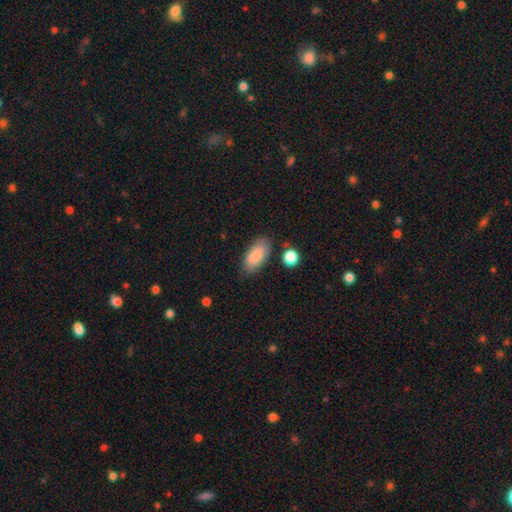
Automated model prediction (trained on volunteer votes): Q: Smooth or featured?
A: smooth (87%); runner-up: featured or disk (6%)
Q: How rounded?
A: in between (90%); runner-up: cigar-shaped (8%)
Q: Merging?
A: none (76%); runner-up: minor disturbance (16%)